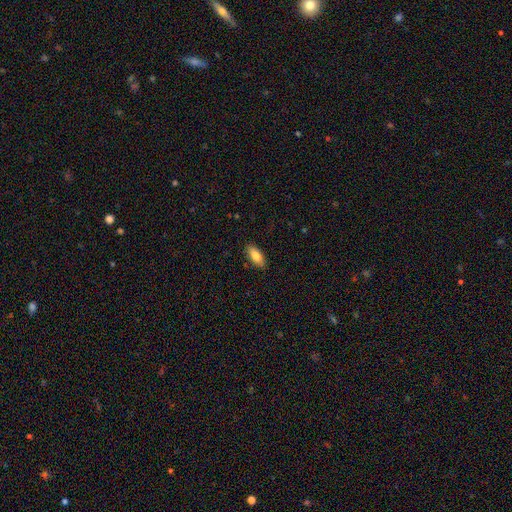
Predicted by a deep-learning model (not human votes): smooth_or_featured: smooth (p=0.78) [alt: featured or disk p=0.16]
how_rounded: in between (p=0.79) [alt: cigar-shaped p=0.19]
merging: none (p=0.88) [alt: minor disturbance p=0.09]